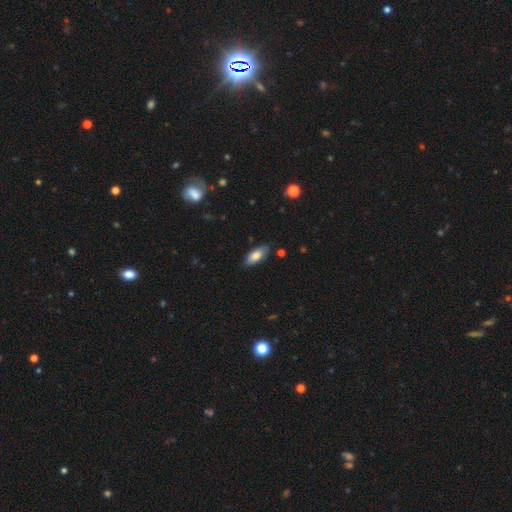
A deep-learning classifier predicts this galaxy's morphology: This appears to be a smooth galaxy with no disk features (77%) that is in between round and cigar-shaped (83%). Merging: none (83%).